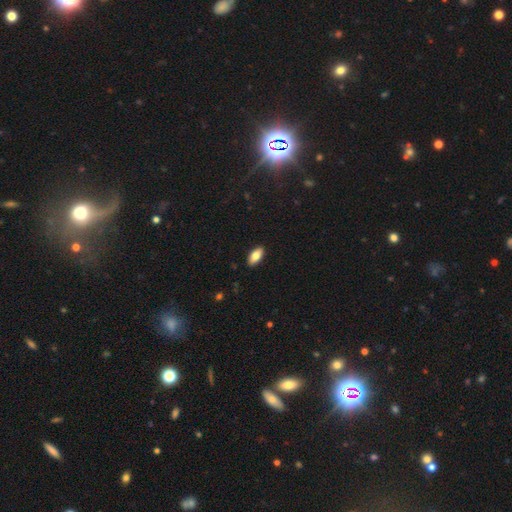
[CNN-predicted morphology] Overall: smooth (79%). How rounded: in between (89%). Merging: none (90%).